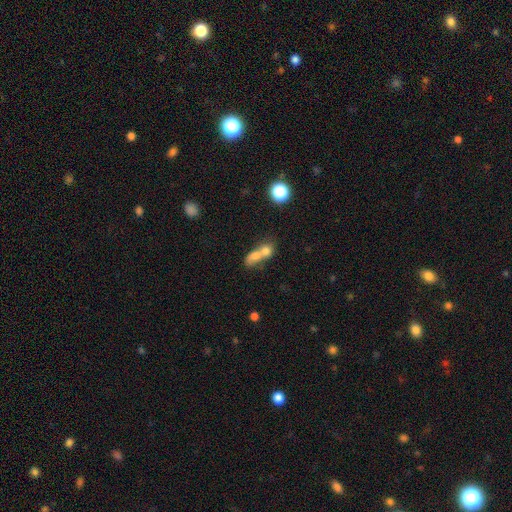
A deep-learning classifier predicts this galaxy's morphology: Smooth or featured?
  - smooth: 69% *
  - featured or disk: 20%
  - star or artifact: 12%
How rounded?
  - in between: 55% *
  - round: 36%
  - cigar-shaped: 8%
Merging?
  - merger: 74% *
  - none: 15%
  - minor disturbance: 6%
  - major disturbance: 5%